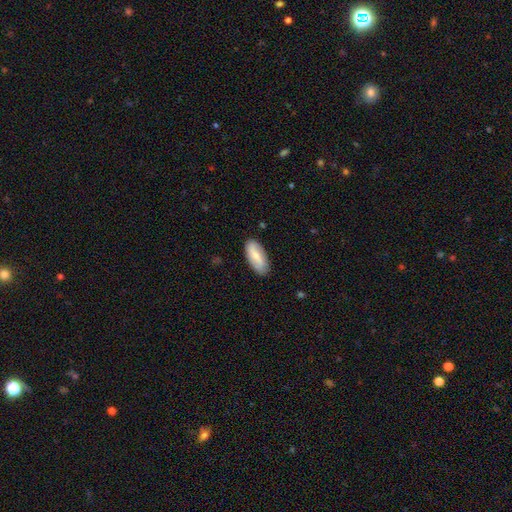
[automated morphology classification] This is likely a smooth galaxy (66%). How rounded: clearly in between (84%). Merging: clearly none (86%).